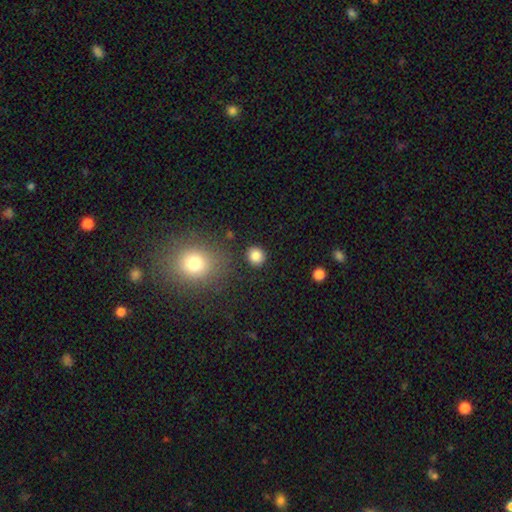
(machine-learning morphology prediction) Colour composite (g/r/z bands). It shows a smooth galaxy with no disk features (84%) that is round (83%). Merging: none (88%).